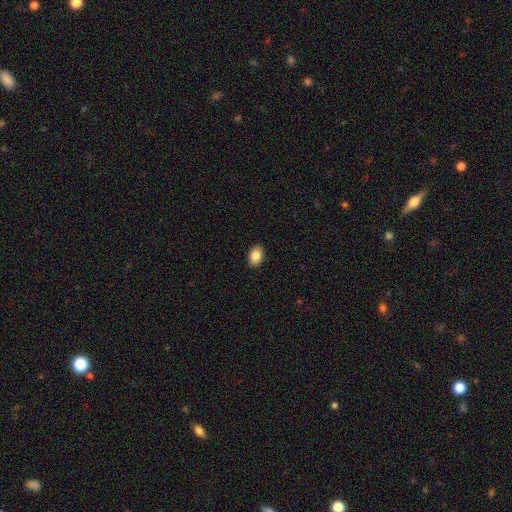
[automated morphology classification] Overall: smooth (86%). How rounded: in between (82%). Merging: none (91%).